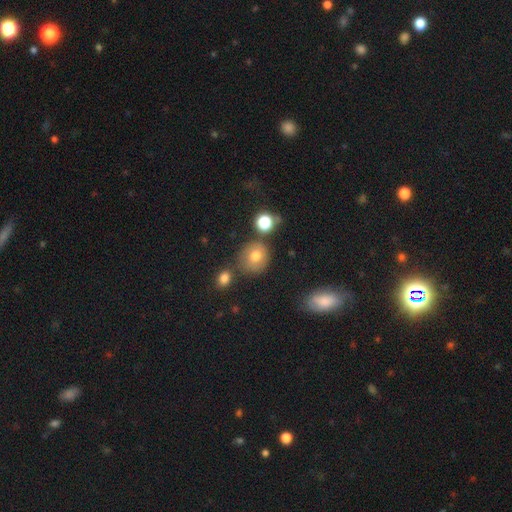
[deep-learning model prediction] Overall: smooth (72%). How rounded: round (80%). Merging: none (67%).